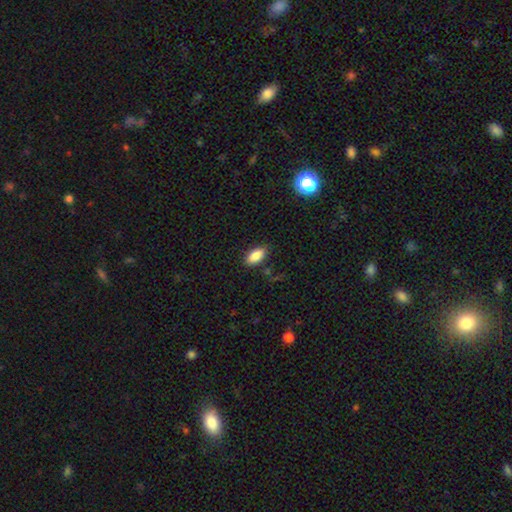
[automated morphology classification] This is clearly a smooth galaxy (86%). How rounded: clearly in between (90%). Merging: clearly none (84%).